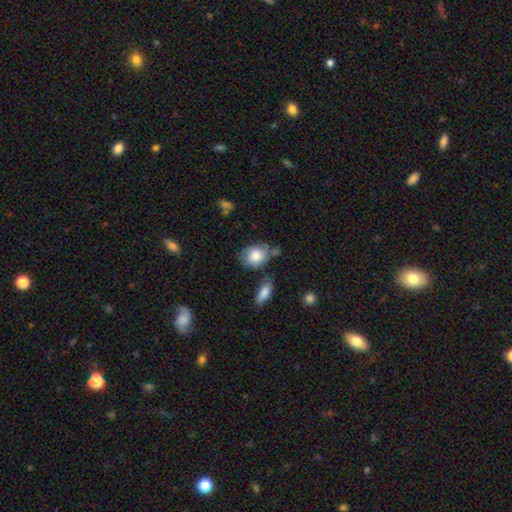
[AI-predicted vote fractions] Smooth or featured? Predicted: smooth (p=0.81). How rounded? Predicted: round (p=0.51). Merging? Predicted: none (p=0.58).